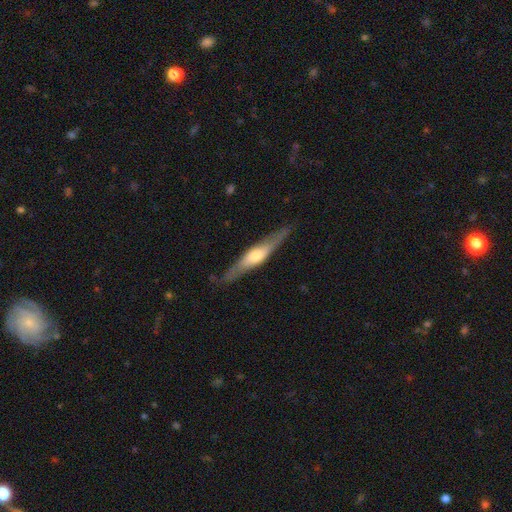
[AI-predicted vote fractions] A featured or disk galaxy (64%) viewed edge-on (92%) with a rounded central bulge (82%).

Vote fractions:
- Smooth or featured? featured or disk: 64% / smooth: 31% / star or artifact: 5%
- Edge-on disk? yes: 92% / no: 8%
- Edge-on bulge? rounded: 82% / boxy: 11% / none: 6%
- Merging? none: 85% / minor disturbance: 11% / major disturbance: 3% / merger: 1%